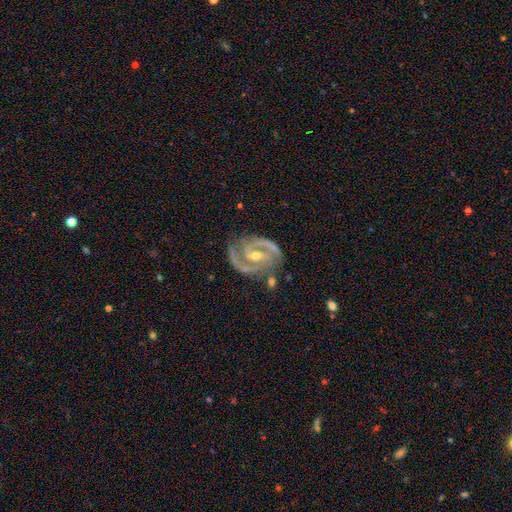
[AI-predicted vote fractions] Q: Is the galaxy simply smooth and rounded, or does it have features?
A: featured or disk — 93%.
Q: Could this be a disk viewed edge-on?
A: no — 98%.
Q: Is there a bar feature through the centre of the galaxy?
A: weak — 40%.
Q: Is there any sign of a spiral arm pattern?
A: yes — 99%.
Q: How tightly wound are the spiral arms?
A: medium — 49%.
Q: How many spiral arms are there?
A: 2 — 89%.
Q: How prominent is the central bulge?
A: moderate — 52%.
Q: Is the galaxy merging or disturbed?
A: none — 78%.